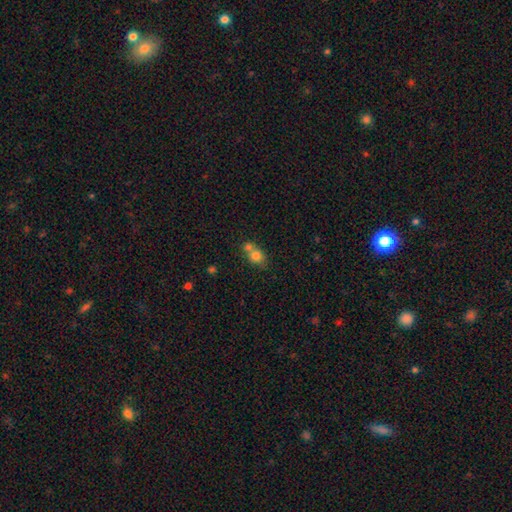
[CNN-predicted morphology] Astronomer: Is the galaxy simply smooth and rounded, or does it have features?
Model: smooth — 77%.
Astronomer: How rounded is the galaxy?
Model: round — 65%.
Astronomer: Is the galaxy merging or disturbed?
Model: merger — 53% (runner-up: none, 35%).